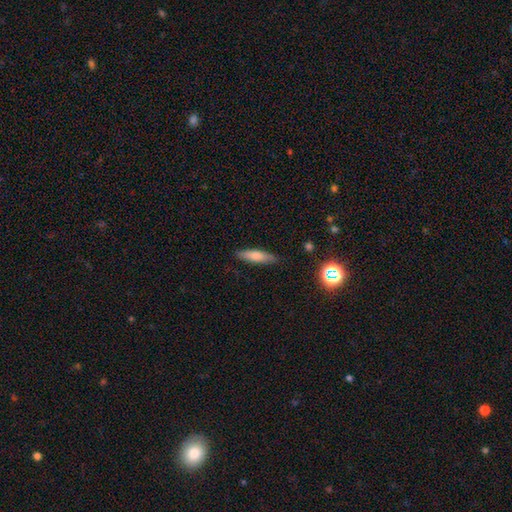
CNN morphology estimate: Smooth or featured?
  - smooth: 74% *
  - featured or disk: 19%
  - star or artifact: 8%
How rounded?
  - cigar-shaped: 66% *
  - in between: 33%
  - round: 2%
Merging?
  - none: 83% *
  - minor disturbance: 13%
  - major disturbance: 2%
  - merger: 1%